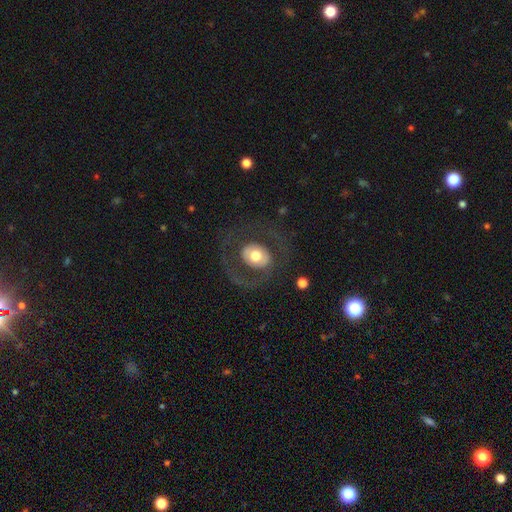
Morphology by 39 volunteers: This appears to be a smooth galaxy with no disk features (51%) that is in between round and cigar-shaped (70%). Merging: none (50%).